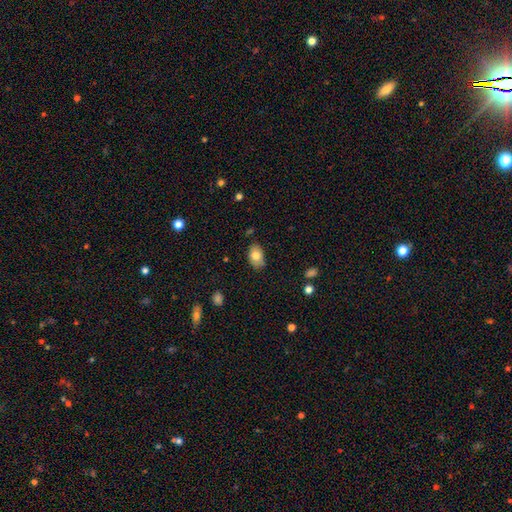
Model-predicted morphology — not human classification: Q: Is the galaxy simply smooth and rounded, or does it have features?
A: smooth — 77%.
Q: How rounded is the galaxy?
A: in between — 88%.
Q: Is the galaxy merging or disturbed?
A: none — 78%.